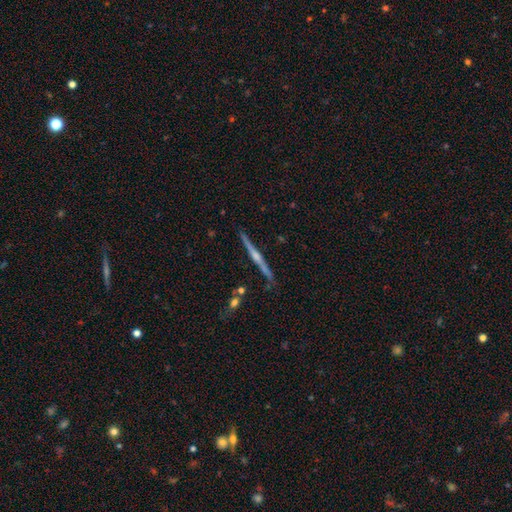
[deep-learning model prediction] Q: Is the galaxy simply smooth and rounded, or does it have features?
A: featured or disk — 82%.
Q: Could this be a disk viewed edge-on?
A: yes — 98%.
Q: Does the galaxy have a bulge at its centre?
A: rounded — 84%.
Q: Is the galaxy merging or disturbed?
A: none — 89%.